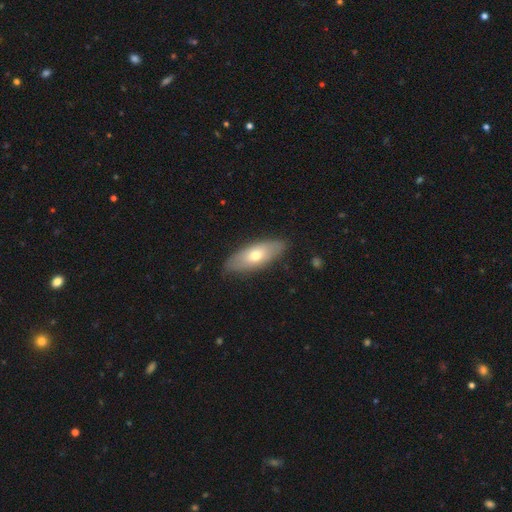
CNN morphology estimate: Smooth or featured? Predicted: smooth (p=0.61). How rounded? Predicted: in between (p=0.73). Merging? Predicted: none (p=0.84).